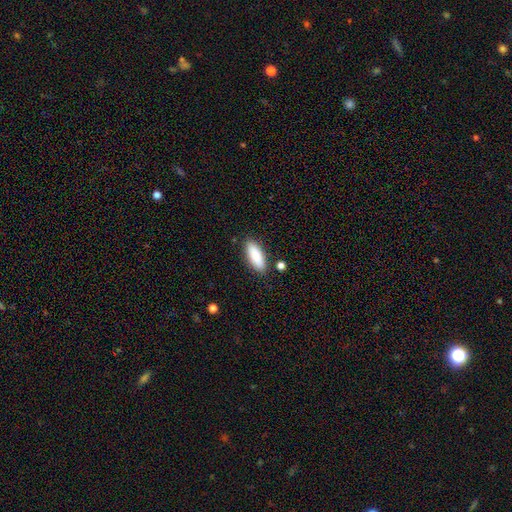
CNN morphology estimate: Overall: smooth (87%). How rounded: in between (74%). Merging: none (84%).